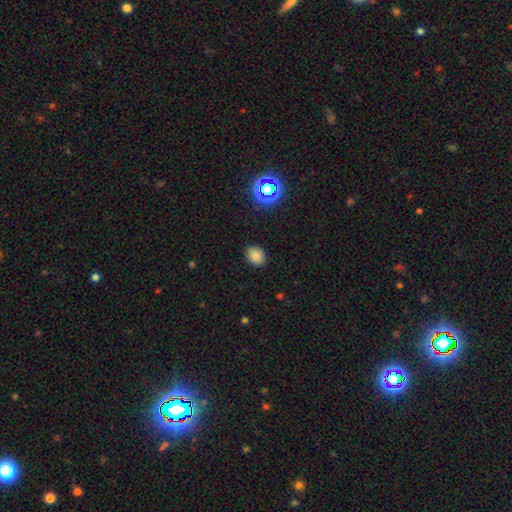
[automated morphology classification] This is clearly a smooth galaxy (81%). How rounded: possibly in between (53%). Merging: clearly none (86%).